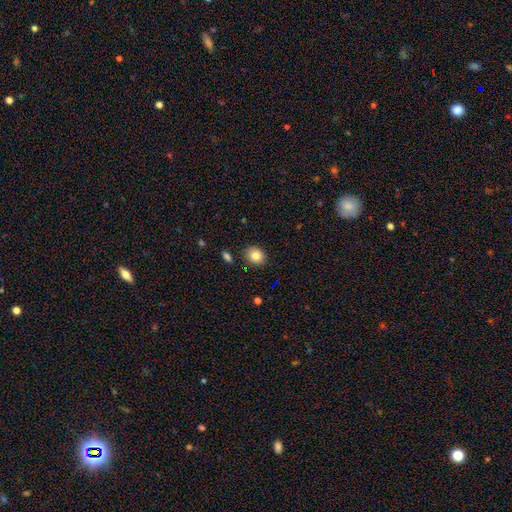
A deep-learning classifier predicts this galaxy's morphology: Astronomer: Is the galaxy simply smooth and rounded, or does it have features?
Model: smooth — 83%.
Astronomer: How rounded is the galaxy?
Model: round — 71%.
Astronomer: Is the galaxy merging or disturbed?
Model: none — 87%.